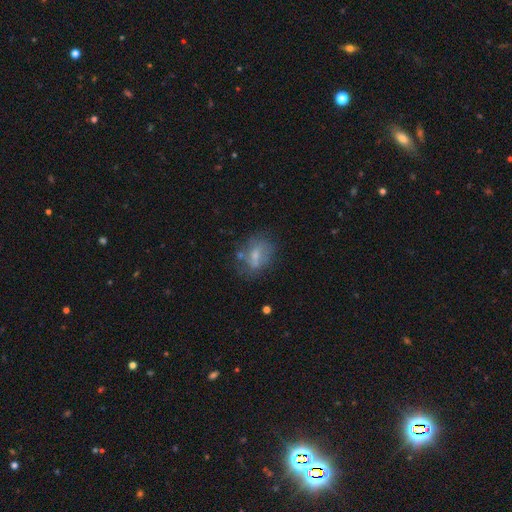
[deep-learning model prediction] Smooth or featured?
  - smooth: 54% *
  - featured or disk: 36%
  - star or artifact: 10%
How rounded?
  - in between: 68% *
  - round: 29%
  - cigar-shaped: 4%
Merging?
  - none: 55% *
  - minor disturbance: 23%
  - major disturbance: 12%
  - merger: 10%